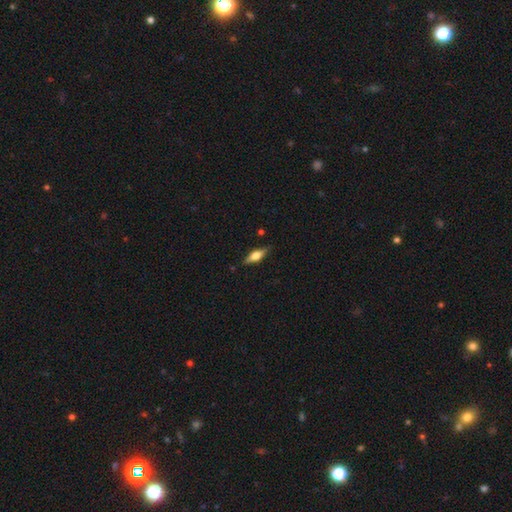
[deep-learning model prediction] A featured or disk galaxy (57%) viewed edge-on (94%) with a rounded central bulge (89%). Merging: none (84%).